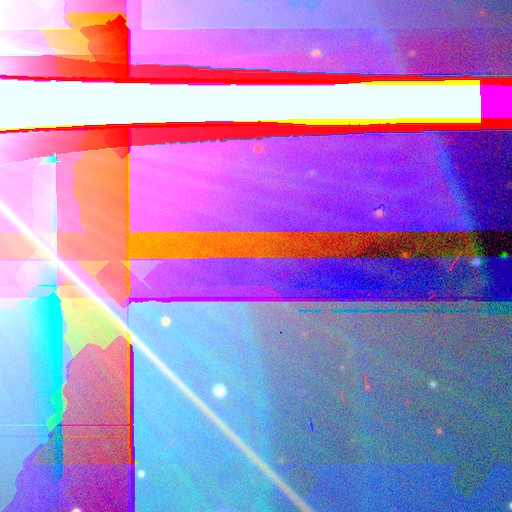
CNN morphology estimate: smooth_or_featured: star or artifact (p=0.83) [alt: featured or disk p=0.12]